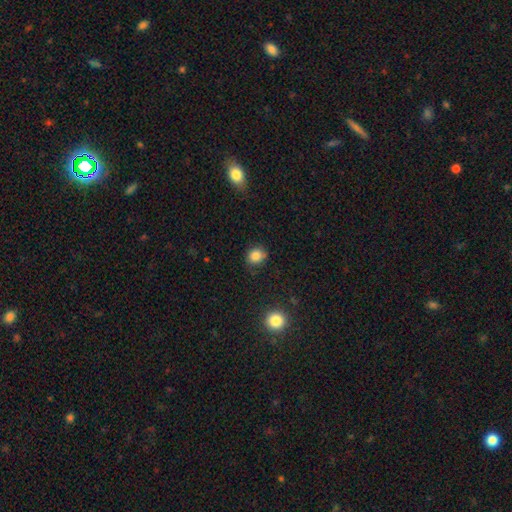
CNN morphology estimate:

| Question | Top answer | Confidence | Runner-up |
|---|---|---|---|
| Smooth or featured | smooth | 84% | star or artifact (11%) |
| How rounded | round | 78% | in between (21%) |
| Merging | none | 79% | minor disturbance (16%) |